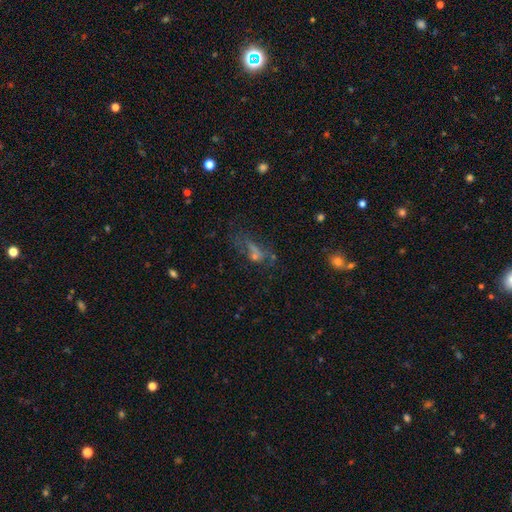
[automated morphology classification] Q: Smooth or featured?
A: smooth (37%); runner-up: featured or disk (34%)
Q: Merging?
A: none (39%); runner-up: major disturbance (34%)